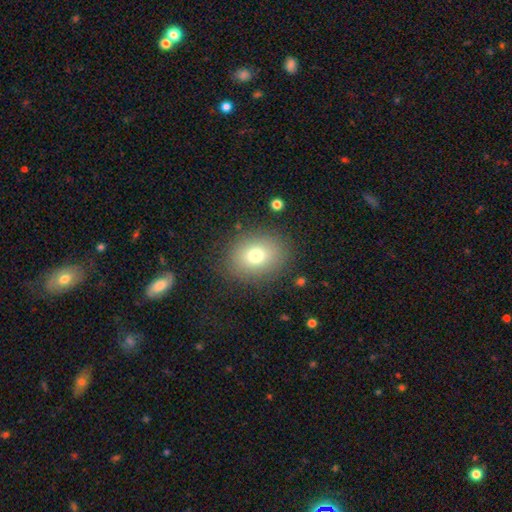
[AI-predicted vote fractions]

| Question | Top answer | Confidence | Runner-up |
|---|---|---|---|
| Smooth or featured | smooth | 74% | featured or disk (14%) |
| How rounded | round | 52% | in between (47%) |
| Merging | none | 84% | minor disturbance (10%) |